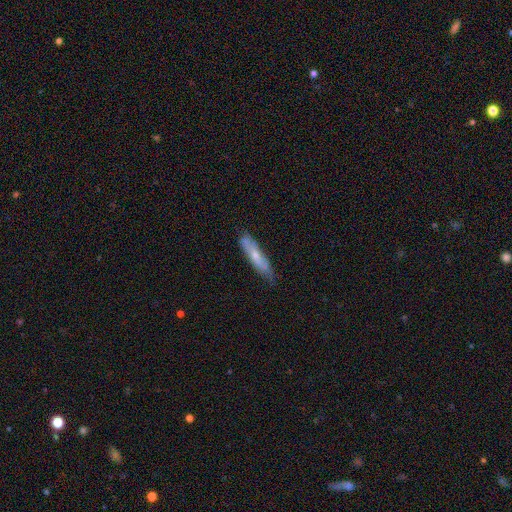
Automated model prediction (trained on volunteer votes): A smooth galaxy with no disk features (54%) that is cigar-shaped (81%).

Vote fractions:
- Smooth or featured? smooth: 54% / featured or disk: 40% / star or artifact: 6%
- How rounded? cigar-shaped: 81% / in between: 18% / round: 2%
- Merging? none: 68% / minor disturbance: 25% / major disturbance: 4% / merger: 3%